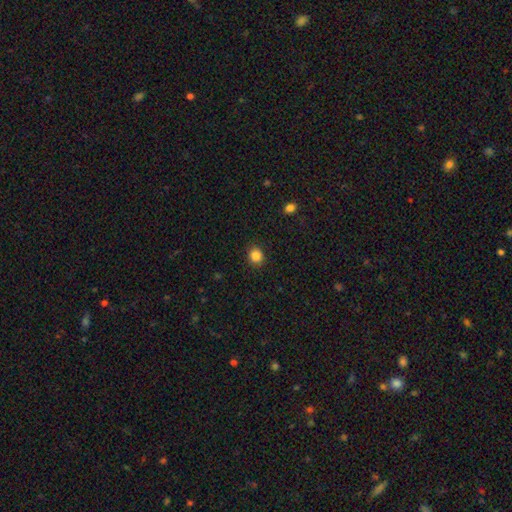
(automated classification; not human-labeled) Smooth or featured: smooth — 86% (star or artifact — 10%)
How rounded: round — 79% (in between — 20%)
Merging: none — 90% (minor disturbance — 7%)